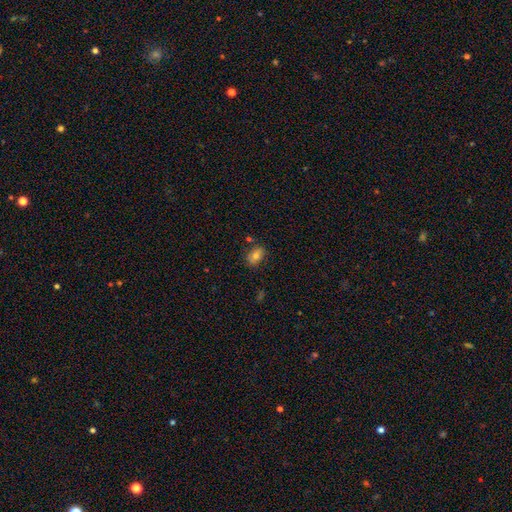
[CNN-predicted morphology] This appears to be a smooth galaxy with no disk features (74%) that is in between round and cigar-shaped (69%). Merging: none (78%).